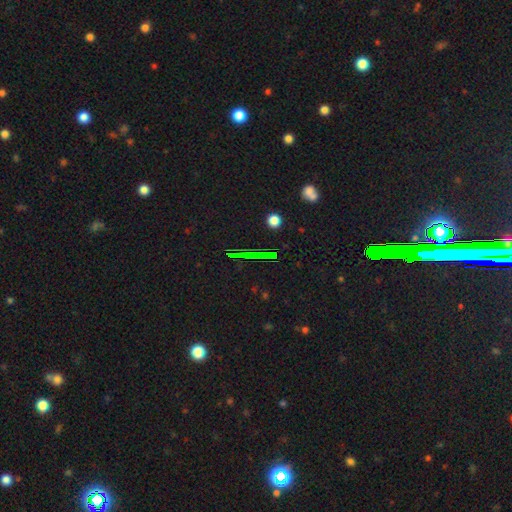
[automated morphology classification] A star or artifact, not a galaxy (62%).